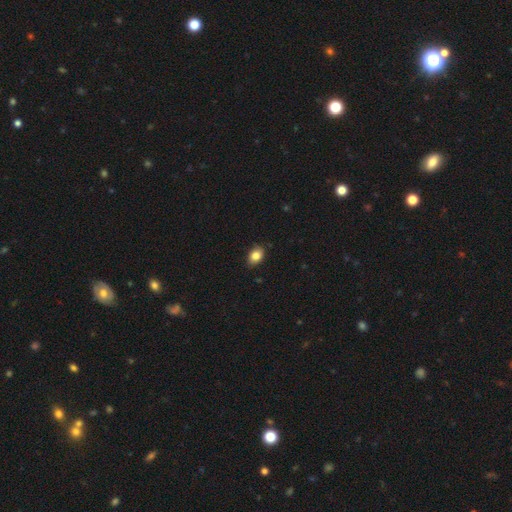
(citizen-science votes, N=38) Smooth or featured?
  - smooth: 82% *
  - featured or disk: 16%
  - star or artifact: 3%
How rounded?
  - in between: 77% *
  - round: 19%
  - cigar-shaped: 3%
Merging?
  - none: 81% *
  - minor disturbance: 14%
  - major disturbance: 3%
  - merger: 3%